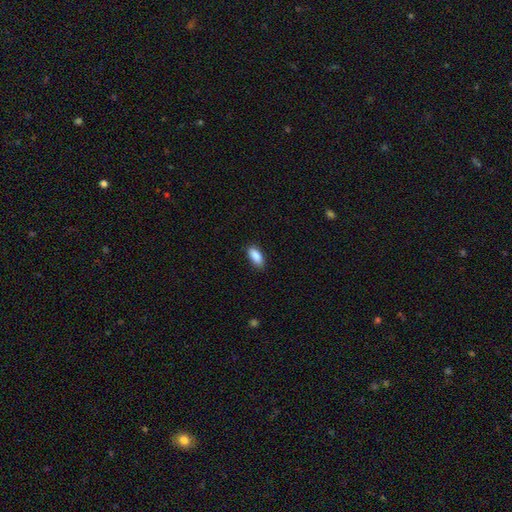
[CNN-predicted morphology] Overall: smooth (89%). How rounded: in between (88%). Merging: none (86%).